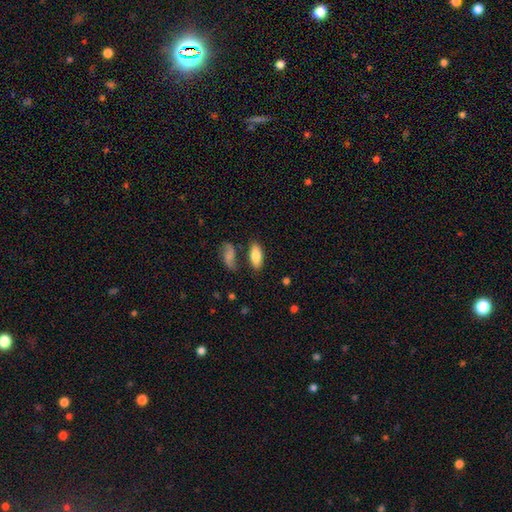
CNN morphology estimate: smooth_or_featured: smooth (p=0.83) [alt: featured or disk p=0.10]
how_rounded: in between (p=0.86) [alt: cigar-shaped p=0.11]
merging: none (p=0.71) [alt: minor disturbance p=0.15]